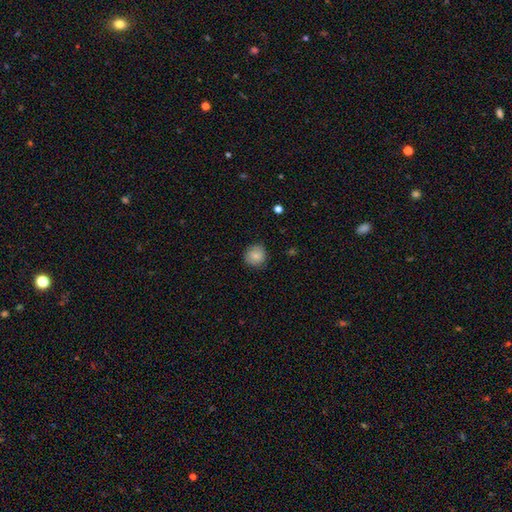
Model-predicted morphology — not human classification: smooth_or_featured: smooth (p=0.83) [alt: star or artifact p=0.08]
how_rounded: round (p=0.89) [alt: in between p=0.10]
merging: none (p=0.84) [alt: minor disturbance p=0.12]